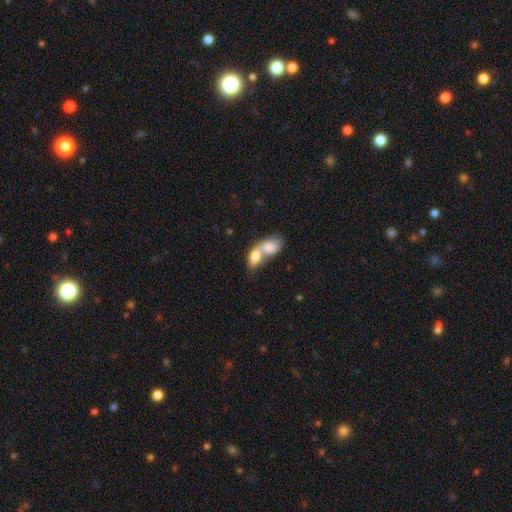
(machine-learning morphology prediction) smooth 76%, featured or disk 18%, star or artifact 6%. Down the decision tree: how rounded — in between (83%); merging — merger (82%).